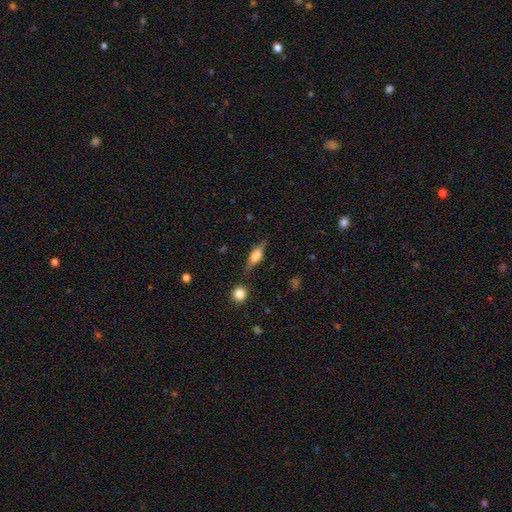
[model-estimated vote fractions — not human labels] Q: Smooth or featured?
A: smooth (53%); runner-up: featured or disk (39%)
Q: How rounded?
A: in between (65%); runner-up: cigar-shaped (29%)
Q: Merging?
A: none (75%); runner-up: minor disturbance (17%)